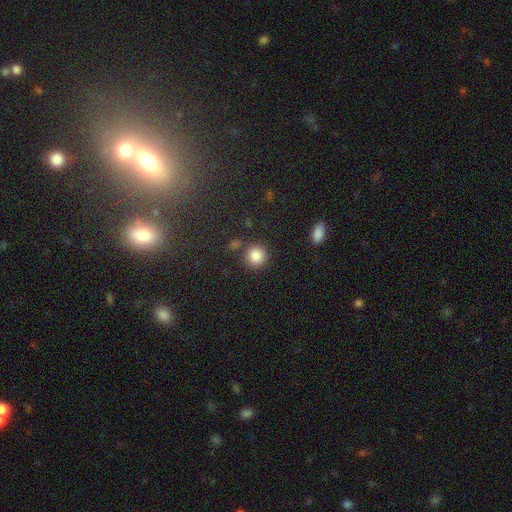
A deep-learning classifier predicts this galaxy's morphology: Smooth or featured: smooth — 85% (star or artifact — 10%)
How rounded: round — 92% (in between — 7%)
Merging: none — 81% (minor disturbance — 9%)